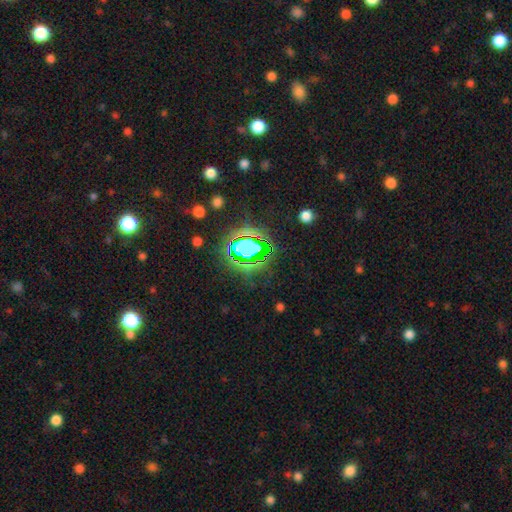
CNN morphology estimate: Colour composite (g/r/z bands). It shows a star or artifact, not a galaxy (81%).